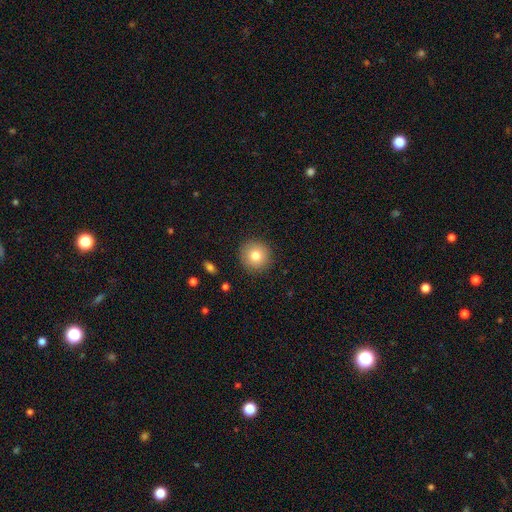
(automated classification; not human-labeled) A smooth galaxy with no disk features (80%) that is round (94%). Merging: none (91%).